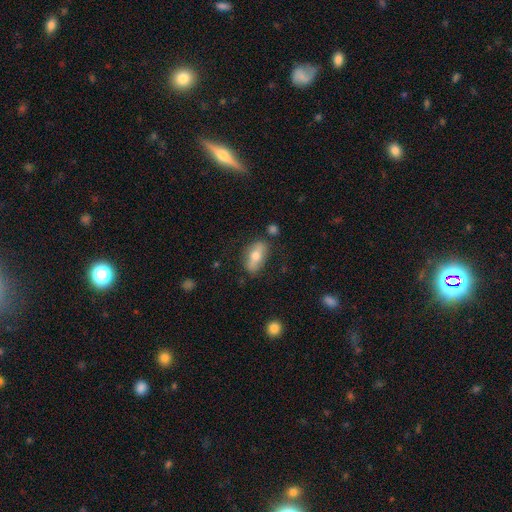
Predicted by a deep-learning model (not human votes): Smooth or featured: smooth — 56% (featured or disk — 37%)
How rounded: in between — 82% (cigar-shaped — 12%)
Merging: none — 78% (minor disturbance — 15%)